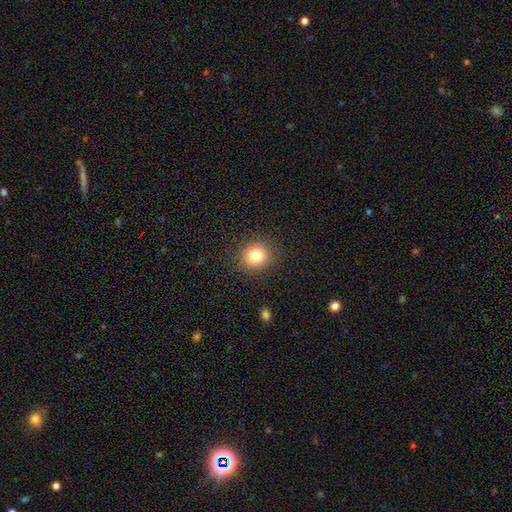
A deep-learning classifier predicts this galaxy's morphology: Smooth or featured? Predicted: smooth (p=0.82). How rounded? Predicted: round (p=0.85). Merging? Predicted: none (p=0.89).